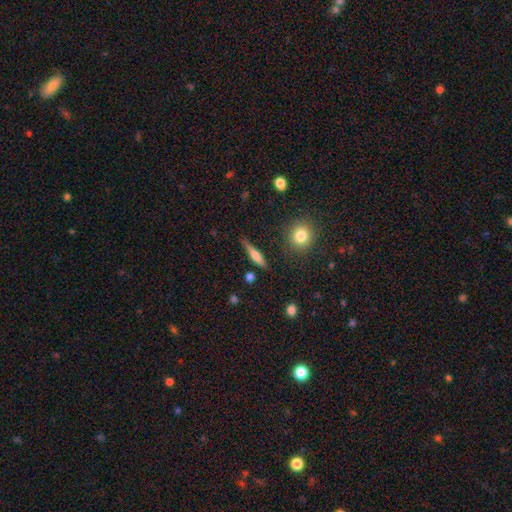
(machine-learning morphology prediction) Q: Smooth or featured?
A: smooth (62%); runner-up: featured or disk (30%)
Q: How rounded?
A: cigar-shaped (83%); runner-up: in between (13%)
Q: Merging?
A: none (79%); runner-up: minor disturbance (14%)